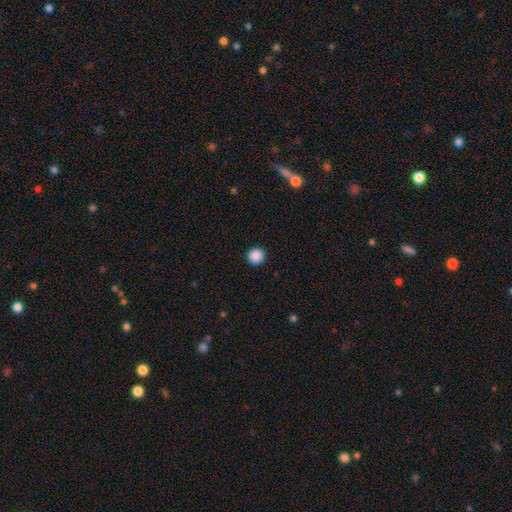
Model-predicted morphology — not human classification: Smooth or featured?
  - smooth: 88% *
  - star or artifact: 9%
  - featured or disk: 2%
How rounded?
  - round: 96% *
  - in between: 3%
  - cigar-shaped: 1%
Merging?
  - none: 94% *
  - minor disturbance: 4%
  - major disturbance: 1%
  - merger: 1%